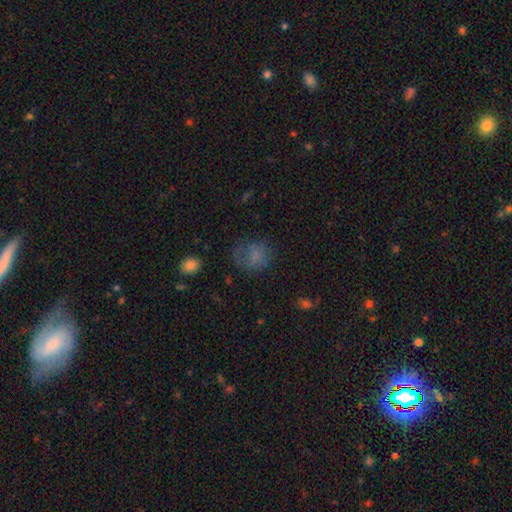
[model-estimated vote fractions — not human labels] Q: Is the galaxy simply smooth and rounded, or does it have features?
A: smooth — 70%.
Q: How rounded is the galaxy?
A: round — 59%.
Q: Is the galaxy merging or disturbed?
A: none — 52%.